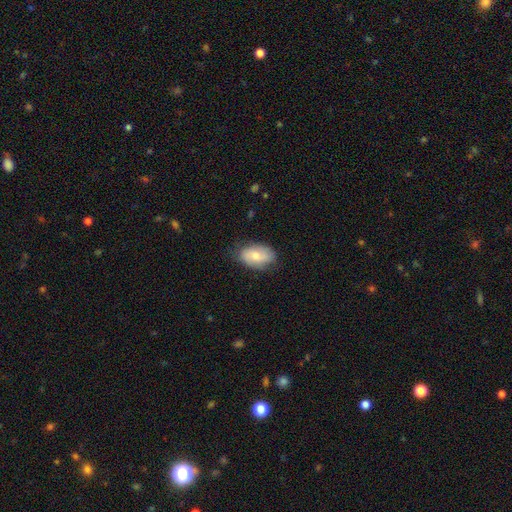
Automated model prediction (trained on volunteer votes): Overall: smooth (68%). How rounded: in between (91%). Merging: none (75%).